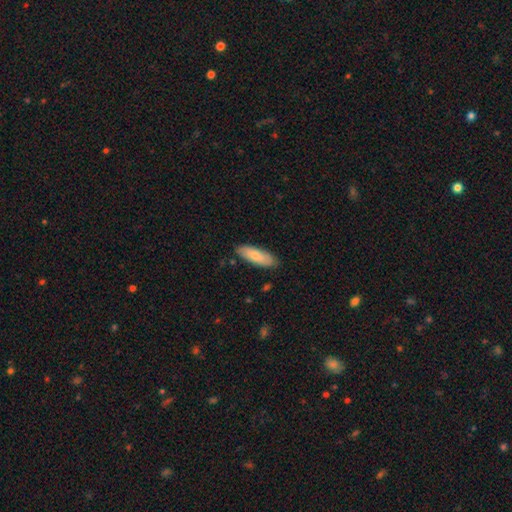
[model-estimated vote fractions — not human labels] Smooth or featured? smooth (73%)
How rounded? in between (67%)
Merging? none (83%)